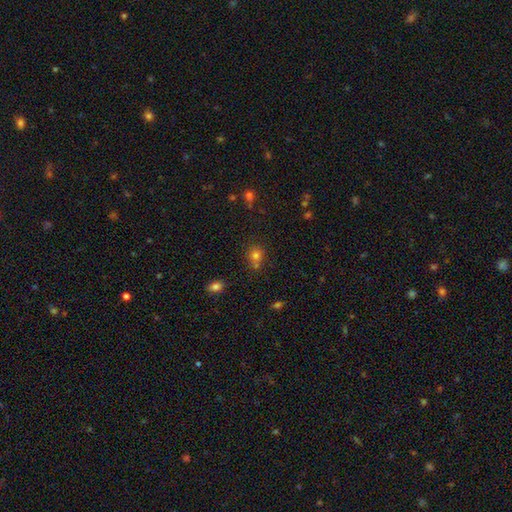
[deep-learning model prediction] Smooth or featured? Predicted: smooth (p=0.73). How rounded? Predicted: round (p=0.73). Merging? Predicted: none (p=0.61).